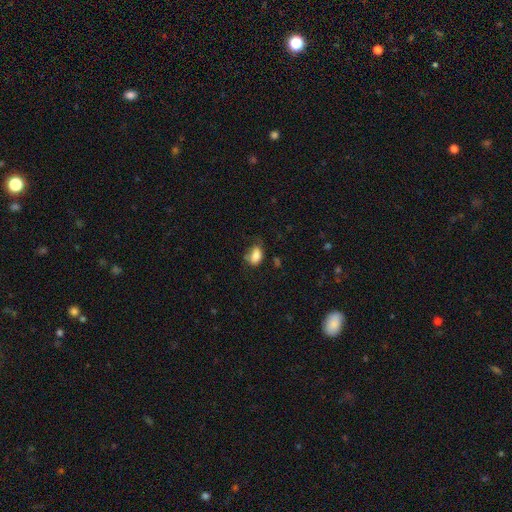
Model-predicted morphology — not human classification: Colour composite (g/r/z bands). It shows a smooth galaxy with no disk features (82%) that is in between round and cigar-shaped (81%). Merging: none (45%).